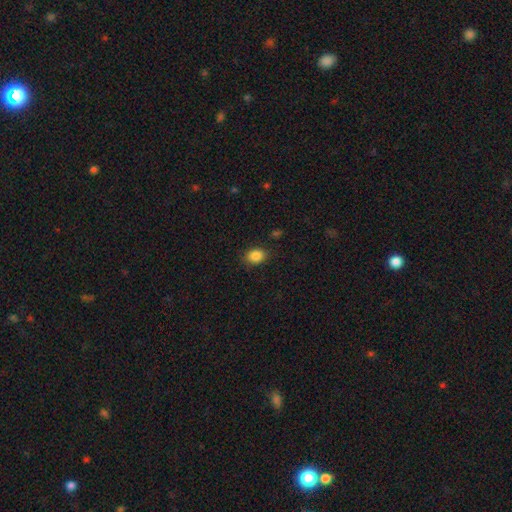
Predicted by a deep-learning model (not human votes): A smooth galaxy with no disk features (86%) that is in between round and cigar-shaped (61%). Merging: none (83%).